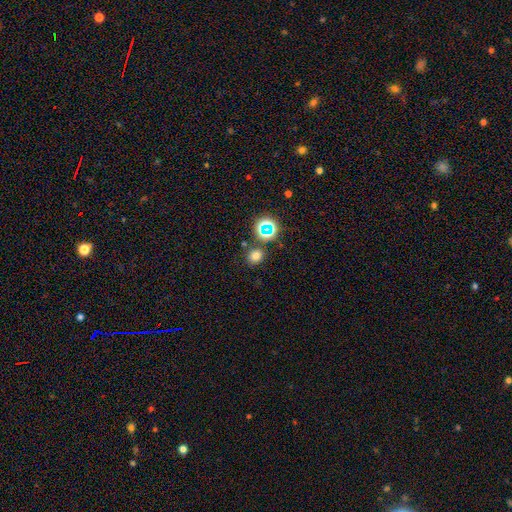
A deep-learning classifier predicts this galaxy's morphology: smooth 71%, star or artifact 22%, featured or disk 7%. Down the decision tree: how rounded — round (79%); merging — none (80%).